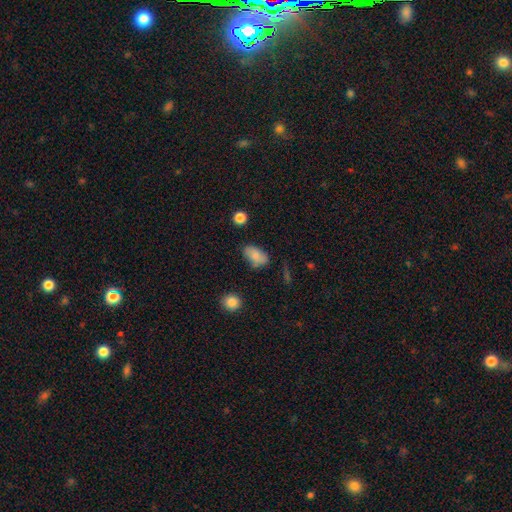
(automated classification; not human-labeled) A smooth galaxy with no disk features (80%) that is in between round and cigar-shaped (91%).

Vote fractions:
- Smooth or featured? smooth: 80% / featured or disk: 12% / star or artifact: 8%
- How rounded? in between: 91% / round: 7% / cigar-shaped: 2%
- Merging? none: 71% / minor disturbance: 21% / major disturbance: 5% / merger: 4%